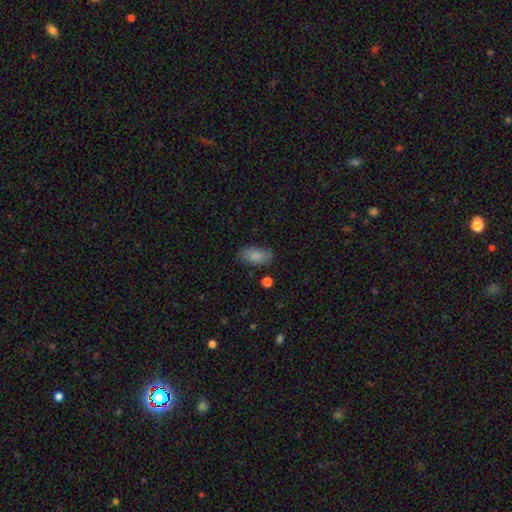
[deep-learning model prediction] Smooth or featured: smooth — 83% (featured or disk — 10%)
How rounded: in between — 93% (cigar-shaped — 4%)
Merging: none — 76% (minor disturbance — 17%)